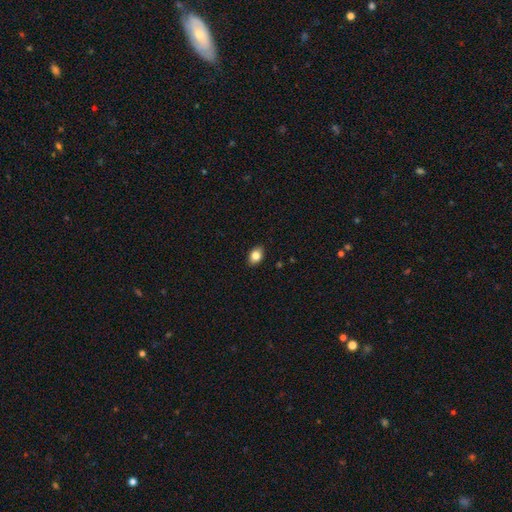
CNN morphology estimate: smooth_or_featured: smooth (p=0.84) [alt: star or artifact p=0.09]
how_rounded: in between (p=0.78) [alt: round p=0.21]
merging: none (p=0.89) [alt: minor disturbance p=0.08]